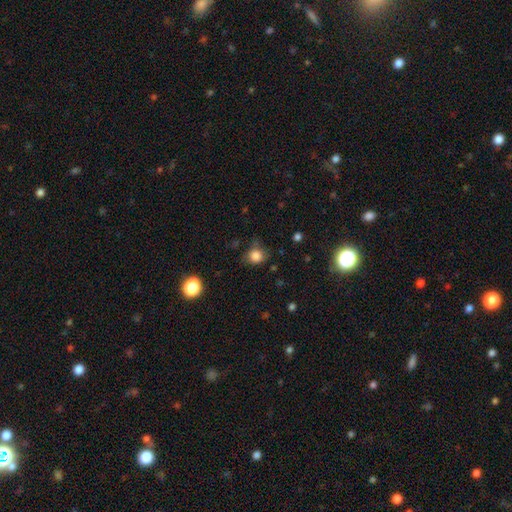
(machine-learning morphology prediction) Smooth or featured? smooth (83%)
How rounded? round (75%)
Merging? none (67%)